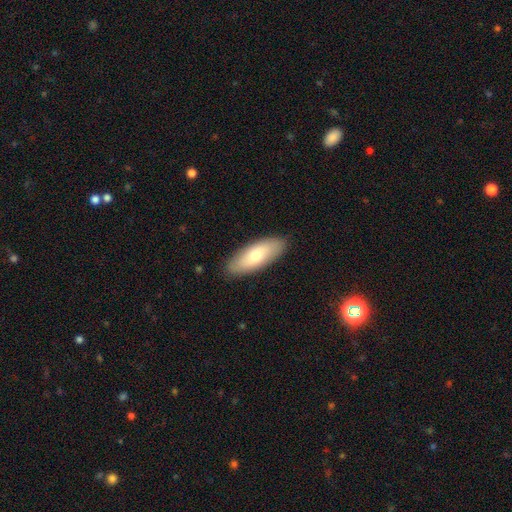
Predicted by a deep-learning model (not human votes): A smooth galaxy with no disk features (70%) that is in between round and cigar-shaped (75%).

Vote fractions:
- Smooth or featured? smooth: 70% / featured or disk: 25% / star or artifact: 5%
- How rounded? in between: 75% / cigar-shaped: 23% / round: 2%
- Merging? none: 89% / minor disturbance: 9% / major disturbance: 2% / merger: 1%